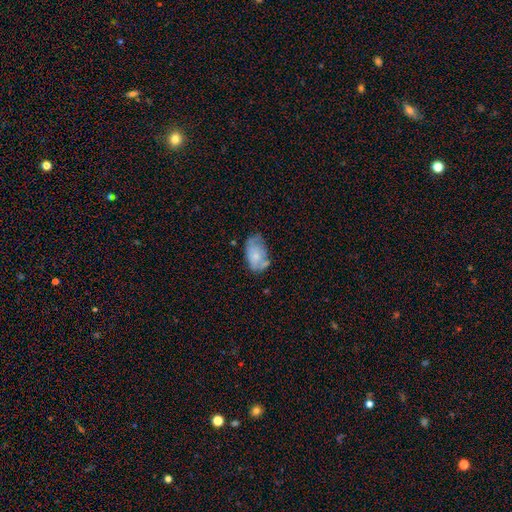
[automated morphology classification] smooth_or_featured: smooth (p=0.63) [alt: featured or disk p=0.30]
how_rounded: in between (p=0.91) [alt: round p=0.07]
merging: none (p=0.44) [alt: minor disturbance p=0.34]